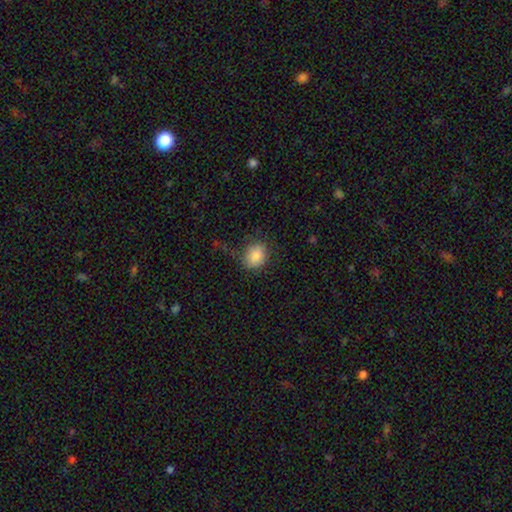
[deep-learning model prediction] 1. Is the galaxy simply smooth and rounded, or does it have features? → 84% smooth, 9% star or artifact, 7% featured or disk.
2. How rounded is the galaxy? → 58% round, 41% in between, 1% cigar-shaped.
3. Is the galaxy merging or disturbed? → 75% none, 17% minor disturbance, 7% major disturbance, 1% merger.